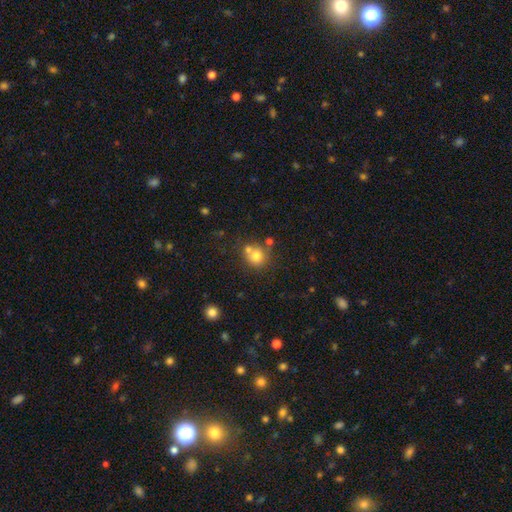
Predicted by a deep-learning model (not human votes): smooth-or-featured: smooth: 74% | star or artifact: 13% | featured or disk: 13%
  how-rounded: round: 87% | in between: 12% | cigar-shaped: 1%
  merging: none: 57% | merger: 28% | minor disturbance: 11% | major disturbance: 4%